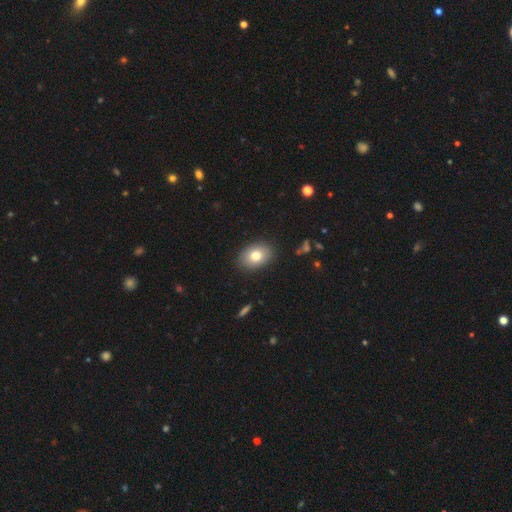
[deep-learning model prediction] smooth_or_featured: smooth (p=0.79) [alt: featured or disk p=0.13]
how_rounded: in between (p=0.80) [alt: round p=0.19]
merging: none (p=0.88) [alt: minor disturbance p=0.09]